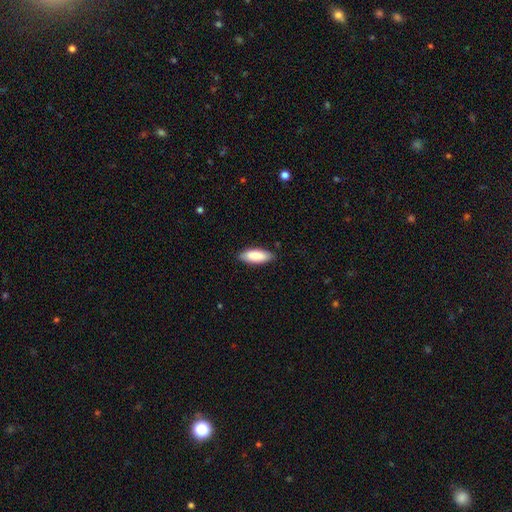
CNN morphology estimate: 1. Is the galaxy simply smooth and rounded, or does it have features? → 86% smooth, 9% featured or disk, 5% star or artifact.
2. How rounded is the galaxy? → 74% in between, 24% cigar-shaped, 2% round.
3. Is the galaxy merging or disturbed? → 86% none, 11% minor disturbance, 2% major disturbance, 1% merger.